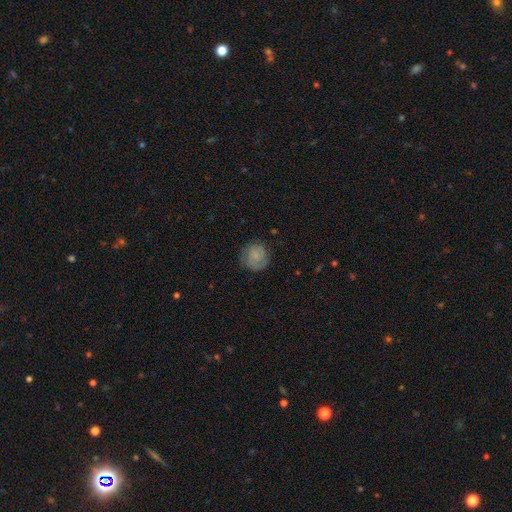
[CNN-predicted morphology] smooth 70%, featured or disk 22%, star or artifact 8%. Down the decision tree: how rounded — round (89%); merging — none (74%).